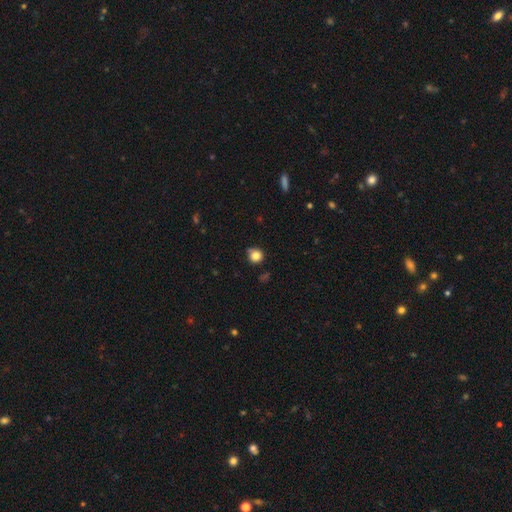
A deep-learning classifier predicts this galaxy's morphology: A smooth galaxy with no disk features (82%) that is round (88%). Merging: none (73%).